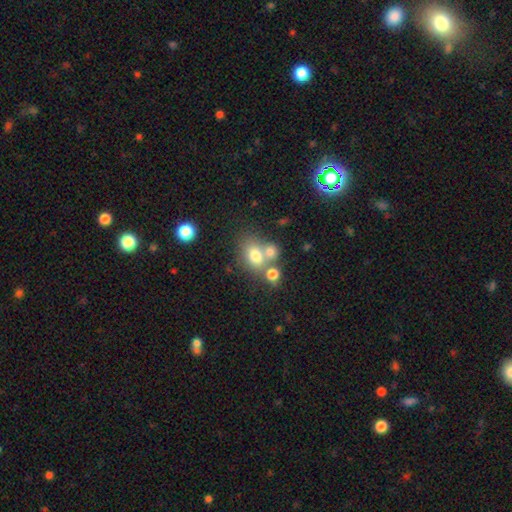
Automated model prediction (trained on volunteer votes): Smooth or featured?
  - smooth: 71% *
  - featured or disk: 15%
  - star or artifact: 14%
How rounded?
  - in between: 54% *
  - round: 44%
  - cigar-shaped: 1%
Merging?
  - none: 45% *
  - merger: 37%
  - minor disturbance: 11%
  - major disturbance: 6%